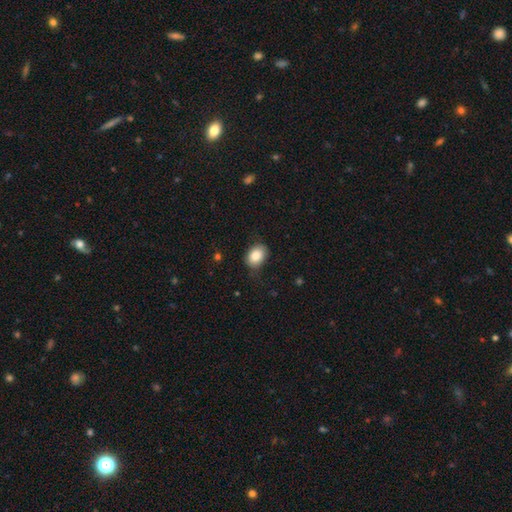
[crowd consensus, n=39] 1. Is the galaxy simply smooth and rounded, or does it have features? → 79% smooth, 10% featured or disk, 10% star or artifact.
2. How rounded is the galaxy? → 84% in between, 16% round, 0% cigar-shaped.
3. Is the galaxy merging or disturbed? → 77% none, 20% minor disturbance, 3% merger, 0% major disturbance.